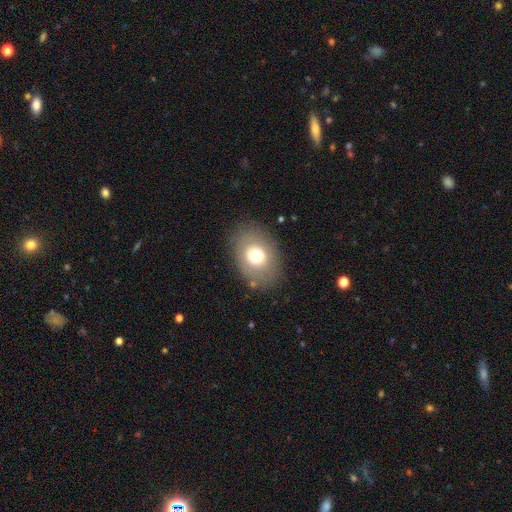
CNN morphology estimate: smooth-or-featured: smooth: 66% | featured or disk: 25% | star or artifact: 9%
  how-rounded: in between: 70% | round: 29% | cigar-shaped: 1%
  merging: none: 82% | minor disturbance: 12% | major disturbance: 5% | merger: 2%